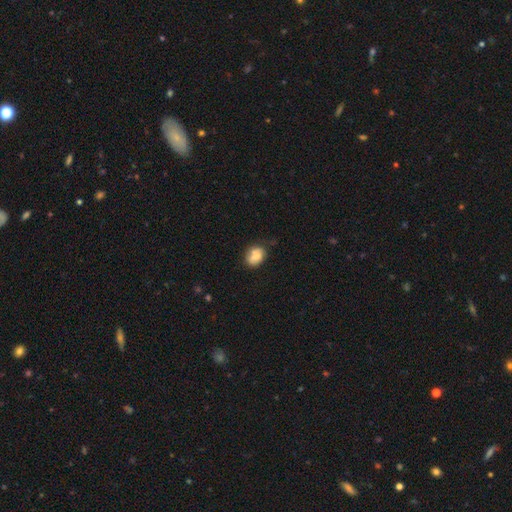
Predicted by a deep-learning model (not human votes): Overall: smooth (76%). How rounded: in between (66%; round 33%). Merging: none (55%; minor disturbance 28%).